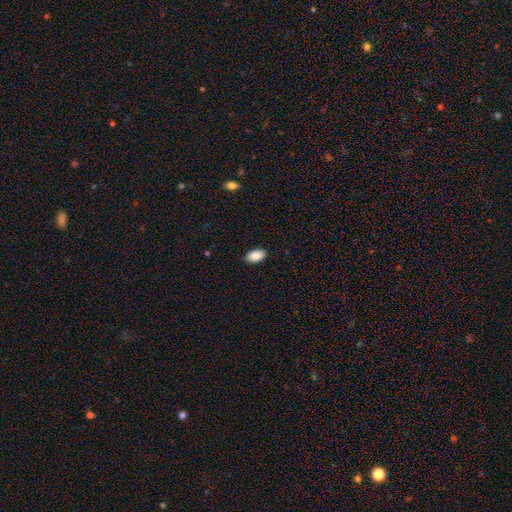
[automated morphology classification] Smooth or featured? smooth (90%)
How rounded? in between (95%)
Merging? none (88%)